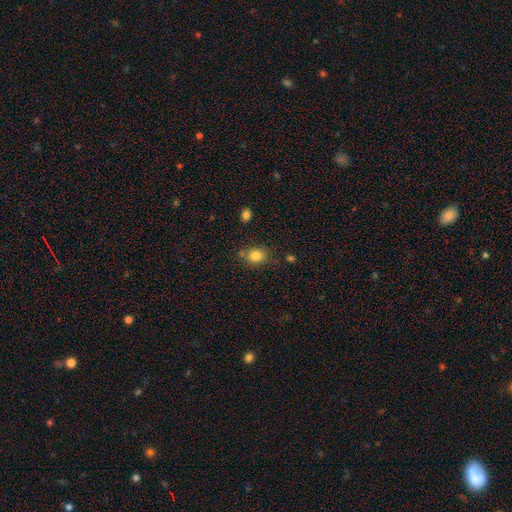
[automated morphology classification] smooth 83%, star or artifact 10%, featured or disk 7%. Down the decision tree: how rounded — round (54%); merging — none (73%).